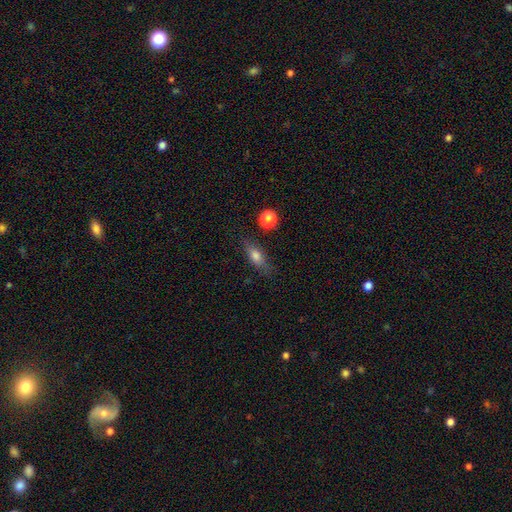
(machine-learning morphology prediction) Q: Smooth or featured?
A: smooth (70%); runner-up: featured or disk (21%)
Q: How rounded?
A: in between (64%); runner-up: cigar-shaped (28%)
Q: Merging?
A: none (75%); runner-up: minor disturbance (17%)